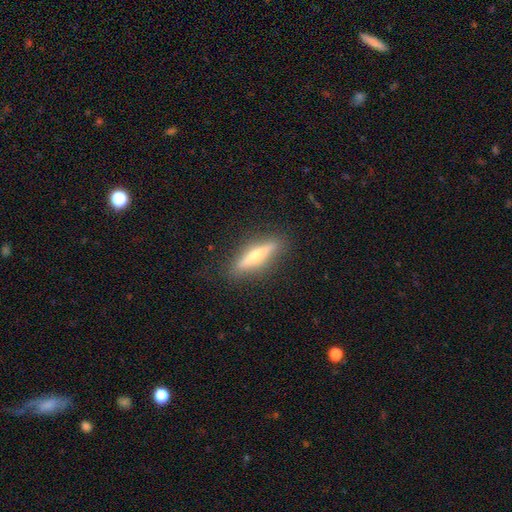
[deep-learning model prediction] Smooth or featured? featured or disk (62%)
Edge-on disk? yes (93%)
Edge-on bulge? rounded (86%)
Merging? none (89%)